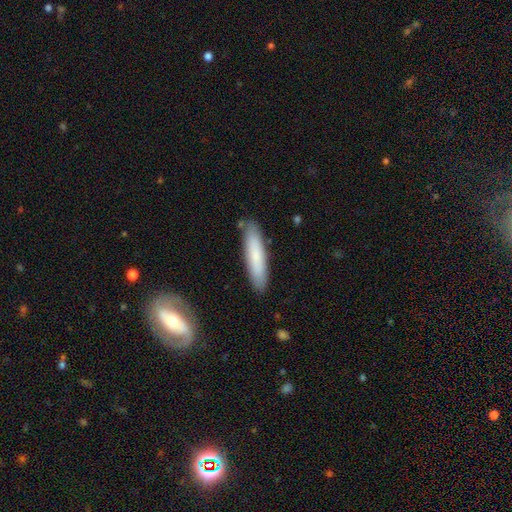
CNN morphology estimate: This appears to be a smooth galaxy with no disk features (75%) that is cigar-shaped (82%). Merging: none (85%).